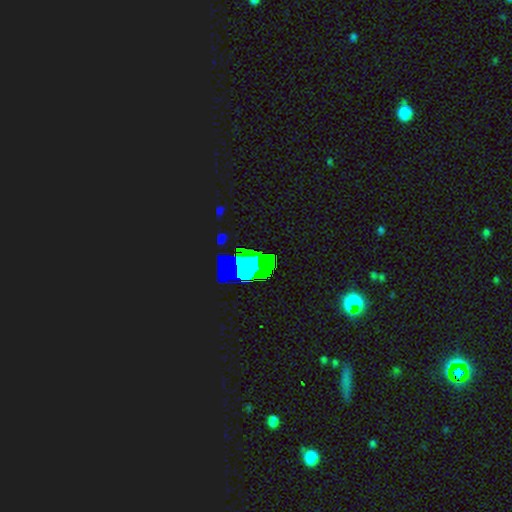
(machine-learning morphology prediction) Smooth or featured: star or artifact — 51% (smooth — 26%)